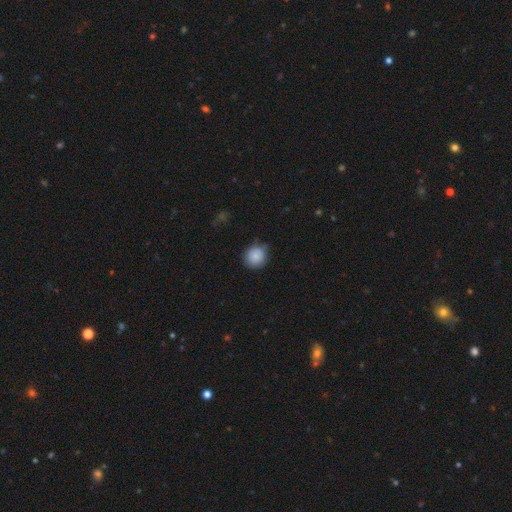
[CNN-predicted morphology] This is clearly a smooth galaxy (85%). How rounded: clearly round (88%). Merging: likely none (71%).